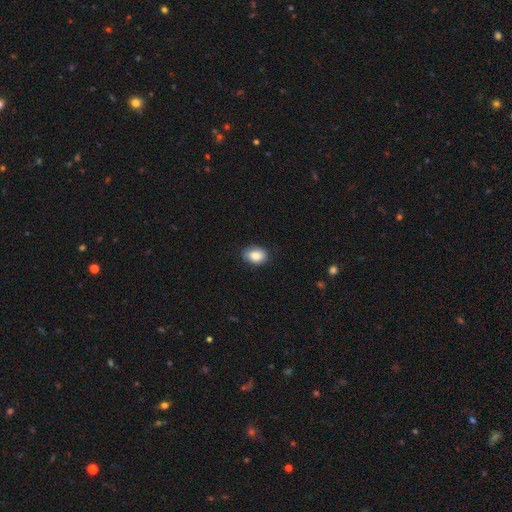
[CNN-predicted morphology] This is clearly a smooth galaxy (85%). How rounded: likely in between (74%). Merging: clearly none (82%).